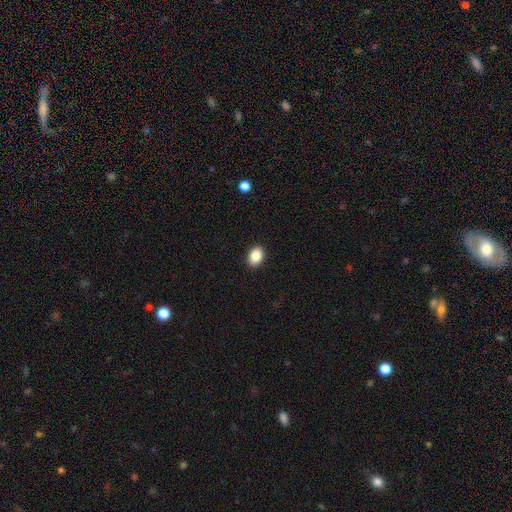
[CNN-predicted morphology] Smooth or featured?
  - smooth: 88% *
  - star or artifact: 8%
  - featured or disk: 4%
How rounded?
  - in between: 78% *
  - round: 21%
  - cigar-shaped: 1%
Merging?
  - none: 91% *
  - minor disturbance: 6%
  - major disturbance: 2%
  - merger: 1%